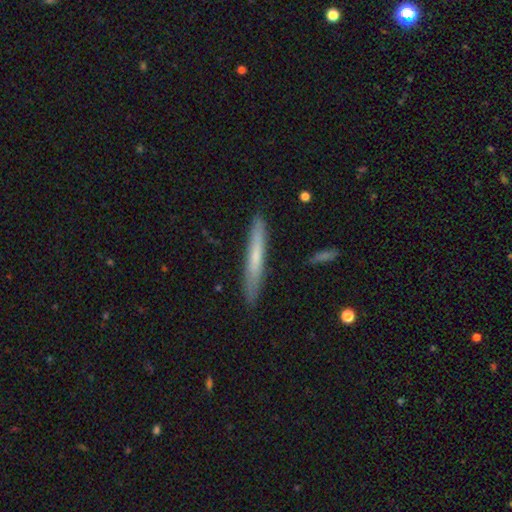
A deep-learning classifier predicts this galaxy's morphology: smooth 59%, featured or disk 35%, star or artifact 6%. Down the decision tree: how rounded — cigar-shaped (96%); merging — none (87%).